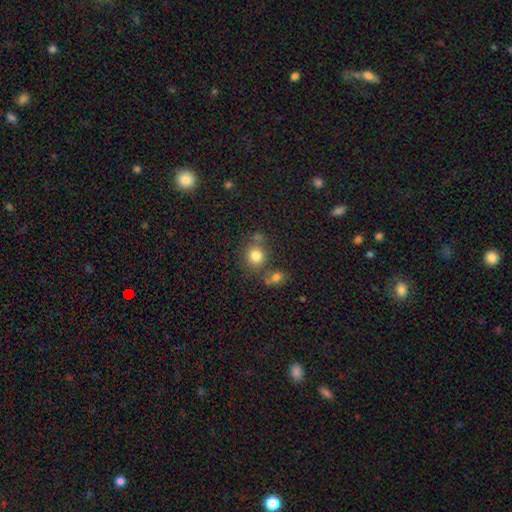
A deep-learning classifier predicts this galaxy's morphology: A smooth galaxy with no disk features (80%) that is round (83%). Merging: none (66%).